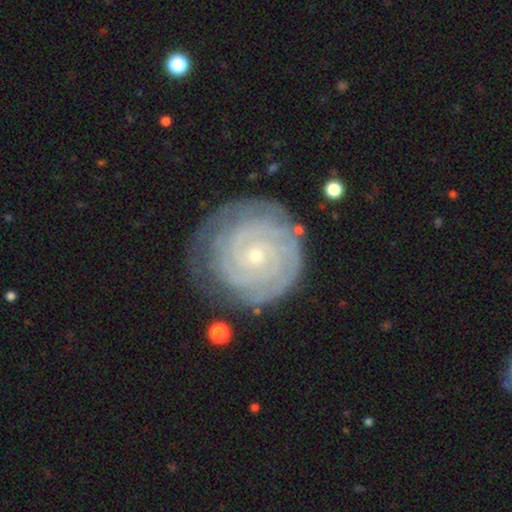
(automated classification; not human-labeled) A featured or disk galaxy (88%) with no bar (77%), tight (88%) spiral arms (97%) and a small central bulge (80%). Merging: none (76%).